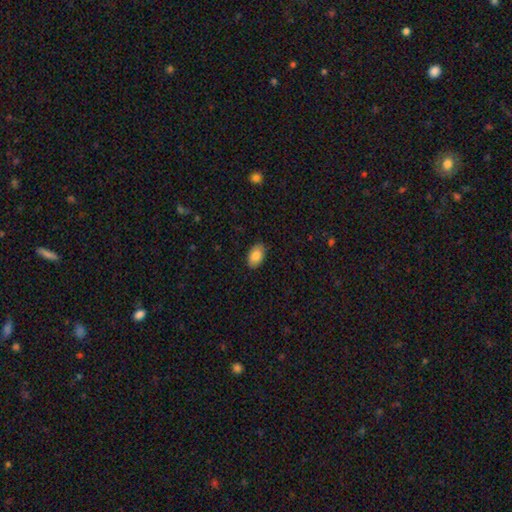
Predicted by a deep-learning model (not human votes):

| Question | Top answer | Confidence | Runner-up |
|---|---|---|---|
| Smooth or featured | smooth | 84% | featured or disk (9%) |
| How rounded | in between | 91% | round (7%) |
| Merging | none | 85% | minor disturbance (12%) |